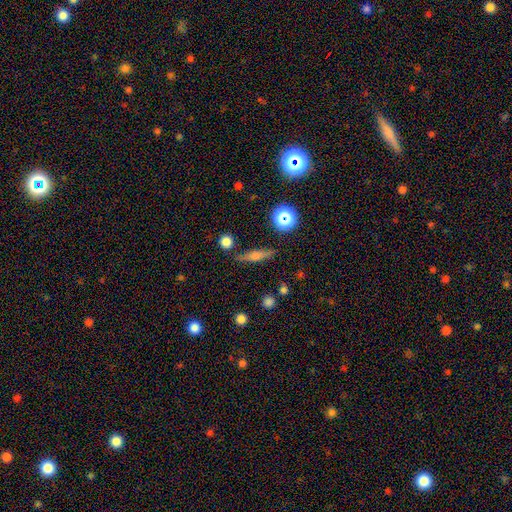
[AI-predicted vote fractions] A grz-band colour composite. It shows a smooth galaxy with no disk features (51%) that is cigar-shaped (72%). Merging: none (81%).